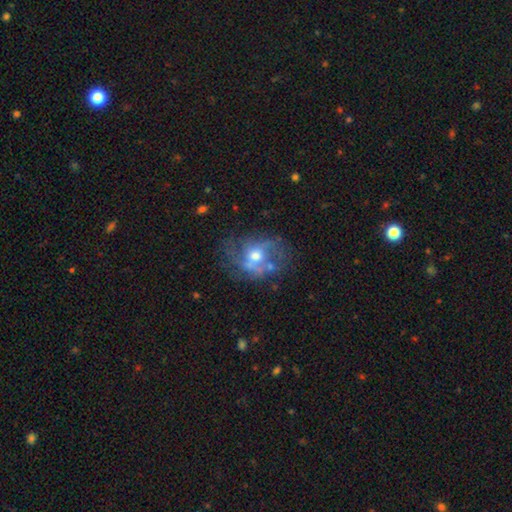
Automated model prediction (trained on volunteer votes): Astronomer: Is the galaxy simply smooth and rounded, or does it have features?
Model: featured or disk — 67%.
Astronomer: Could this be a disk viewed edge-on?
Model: no — 97%.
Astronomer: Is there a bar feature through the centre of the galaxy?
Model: no — 71%.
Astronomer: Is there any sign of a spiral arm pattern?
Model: yes — 56% (runner-up: no, 44%).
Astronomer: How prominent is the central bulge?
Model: moderate — 68%.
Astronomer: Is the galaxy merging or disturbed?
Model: none — 49% (runner-up: major disturbance, 24%).